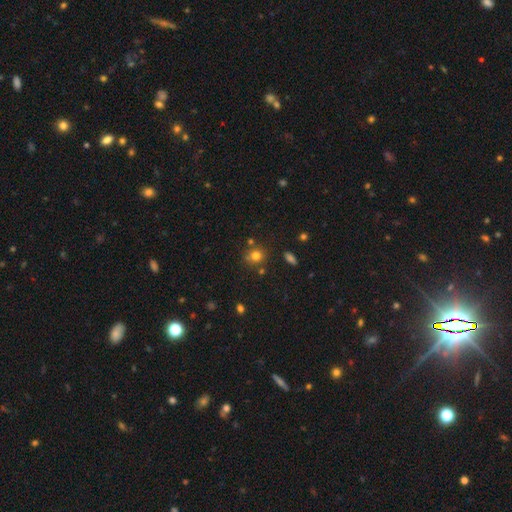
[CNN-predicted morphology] A smooth galaxy with no disk features (75%) that is round (84%). Merging: none (73%).